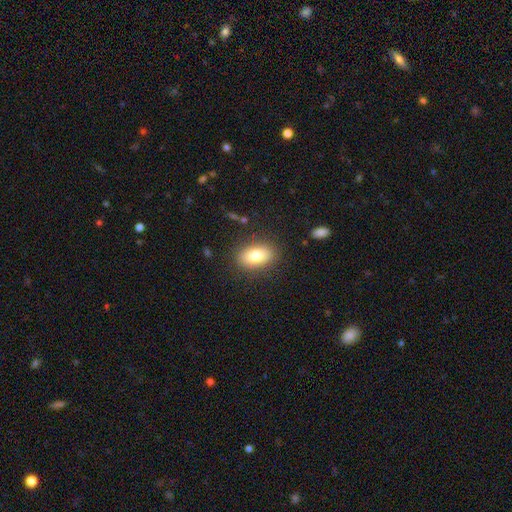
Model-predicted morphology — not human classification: Q: Smooth or featured?
A: smooth (80%); runner-up: featured or disk (12%)
Q: How rounded?
A: in between (89%); runner-up: round (9%)
Q: Merging?
A: none (85%); runner-up: minor disturbance (10%)